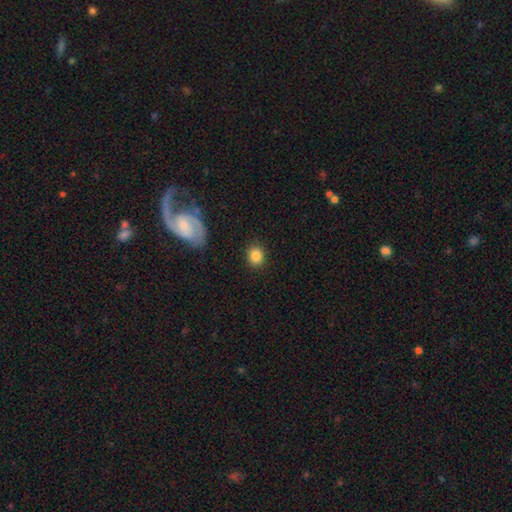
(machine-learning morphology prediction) smooth 85%, star or artifact 9%, featured or disk 6%. Down the decision tree: how rounded — round (76%); merging — none (88%).